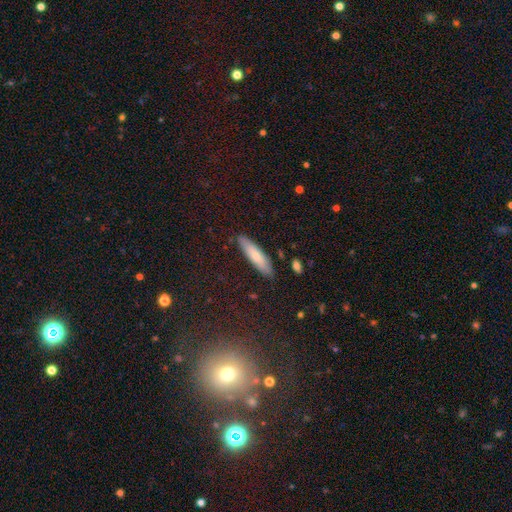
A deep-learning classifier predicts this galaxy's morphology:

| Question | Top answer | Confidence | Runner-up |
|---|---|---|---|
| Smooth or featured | smooth | 71% | featured or disk (22%) |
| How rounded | cigar-shaped | 70% | in between (28%) |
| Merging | none | 86% | minor disturbance (10%) |